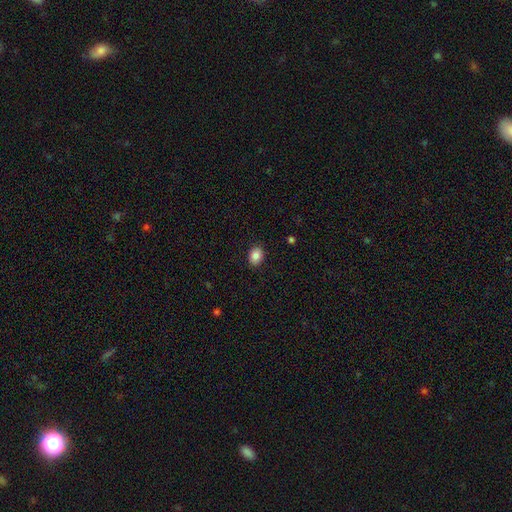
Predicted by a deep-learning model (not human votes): This is clearly a smooth galaxy (85%). How rounded: likely in between (65%). Merging: clearly none (89%).